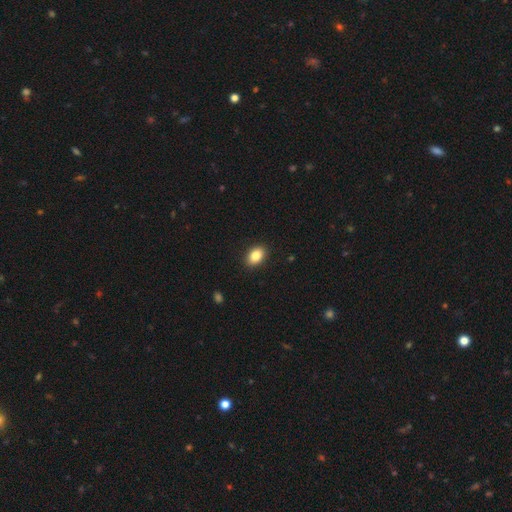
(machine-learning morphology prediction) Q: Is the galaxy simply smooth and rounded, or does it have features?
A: smooth — 85%.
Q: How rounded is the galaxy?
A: in between — 84%.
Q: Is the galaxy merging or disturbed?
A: none — 90%.